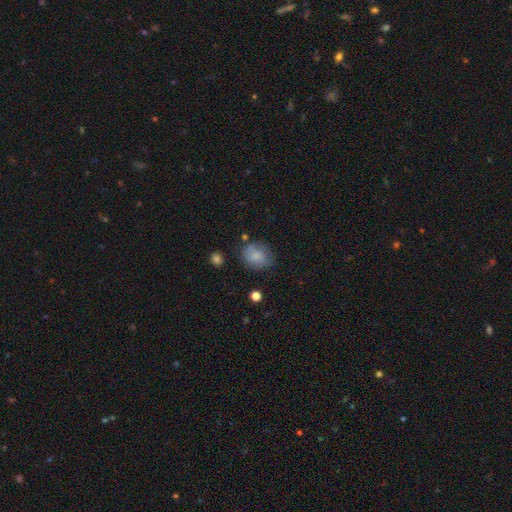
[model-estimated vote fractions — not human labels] A smooth galaxy with no disk features (77%) that is round (52%).

Vote fractions:
- Smooth or featured? smooth: 77% / featured or disk: 14% / star or artifact: 9%
- How rounded? round: 52% / in between: 47% / cigar-shaped: 1%
- Merging? none: 62% / minor disturbance: 25% / major disturbance: 9% / merger: 4%